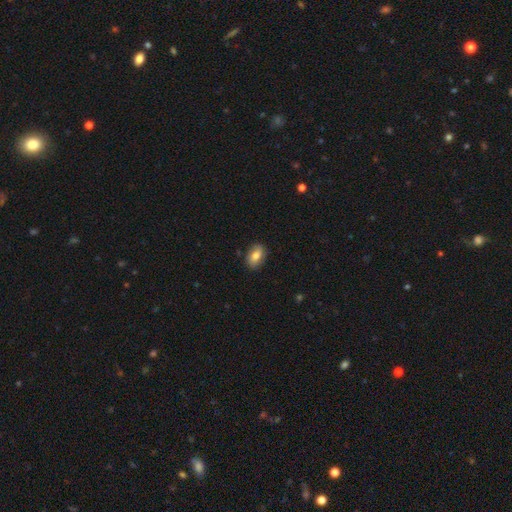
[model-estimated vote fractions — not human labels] Morphology: type=smooth (75%); roundness=in between (85%); merging=none (84%).